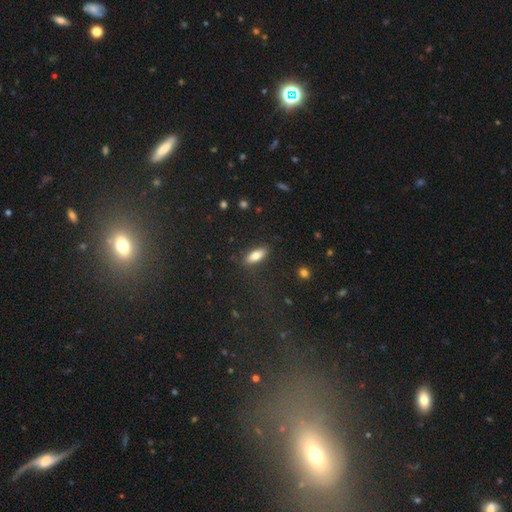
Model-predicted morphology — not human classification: This appears to be a smooth galaxy with no disk features (77%) that is in between round and cigar-shaped (74%). Merging: none (85%).